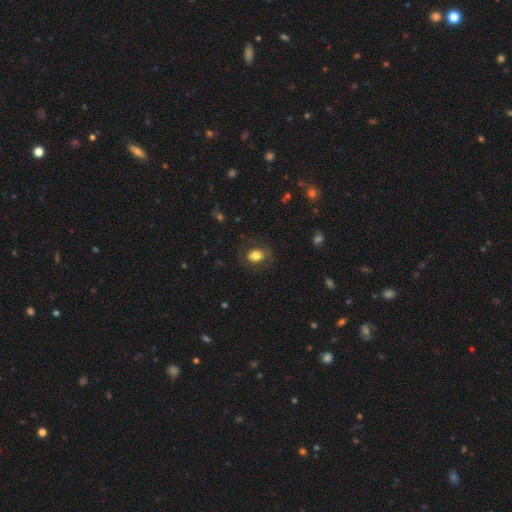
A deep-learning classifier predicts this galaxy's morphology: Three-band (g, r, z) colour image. It shows a smooth galaxy with no disk features (76%) that is round (55%). Merging: none (77%).